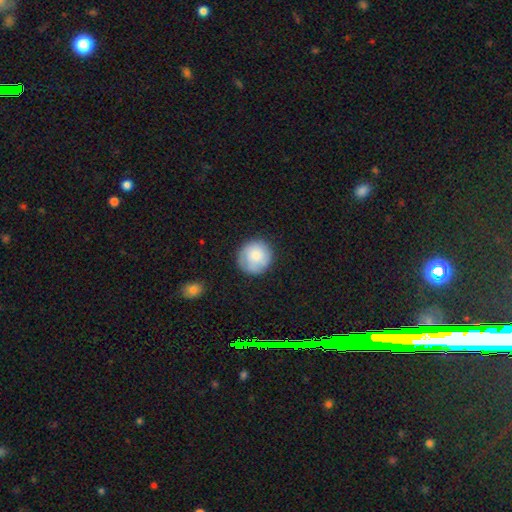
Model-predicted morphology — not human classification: Q: Smooth or featured?
A: smooth (77%); runner-up: featured or disk (16%)
Q: How rounded?
A: round (92%); runner-up: in between (7%)
Q: Merging?
A: none (81%); runner-up: minor disturbance (14%)